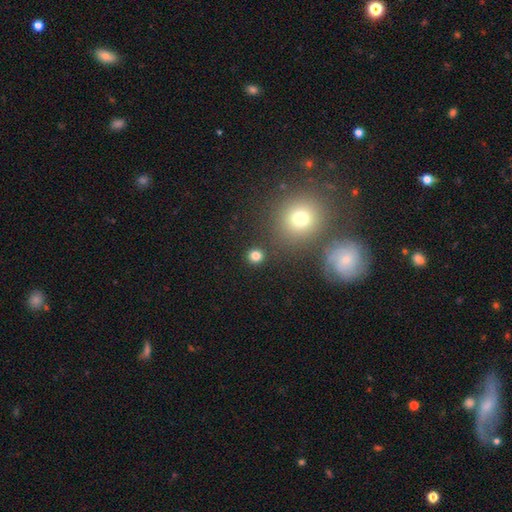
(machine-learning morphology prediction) smooth 79%, star or artifact 16%, featured or disk 5%. Down the decision tree: how rounded — round (89%); merging — none (87%).